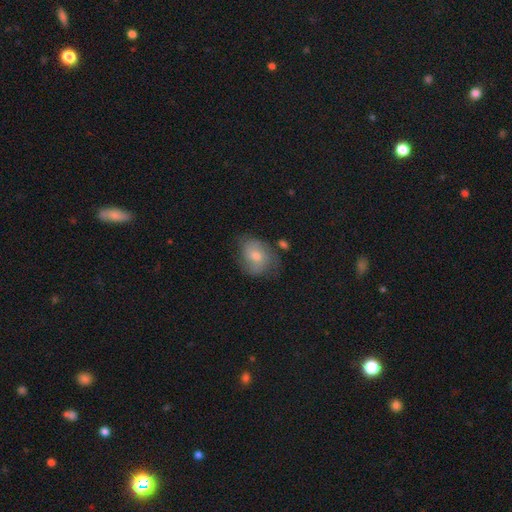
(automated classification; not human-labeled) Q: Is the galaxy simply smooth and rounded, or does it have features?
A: featured or disk — 49%.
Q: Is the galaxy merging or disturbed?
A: none — 64%.